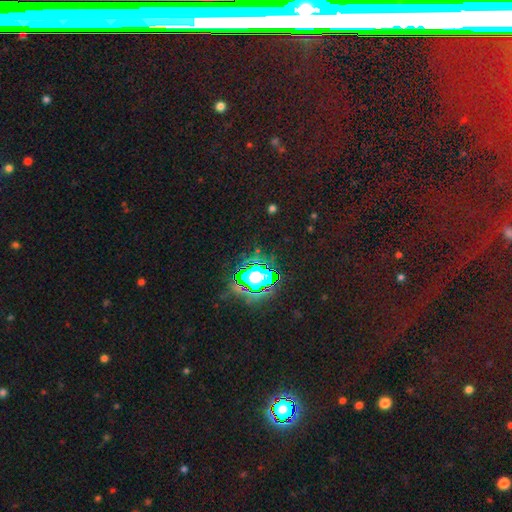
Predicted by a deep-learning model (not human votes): smooth_or_featured: star or artifact (p=0.80) [alt: smooth p=0.13]